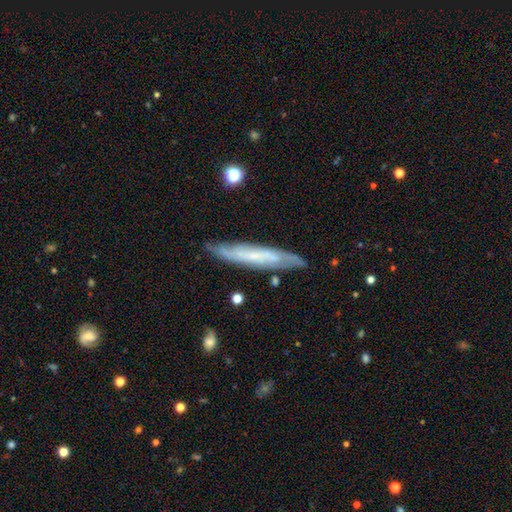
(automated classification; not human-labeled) Smooth or featured? featured or disk (63%)
Edge-on disk? yes (59%)
Merging? none (79%)